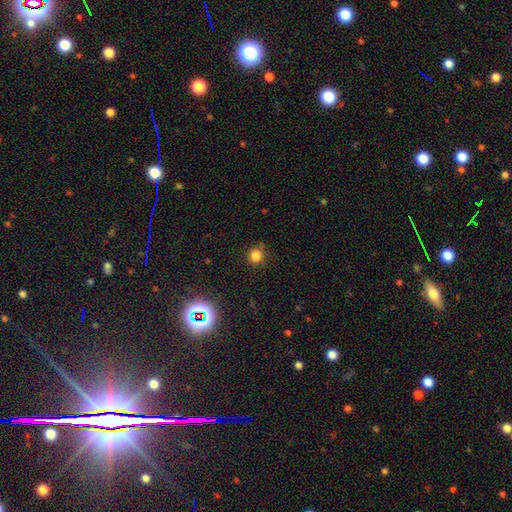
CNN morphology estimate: type=smooth (79%); roundness=round (92%); merging=none (83%).